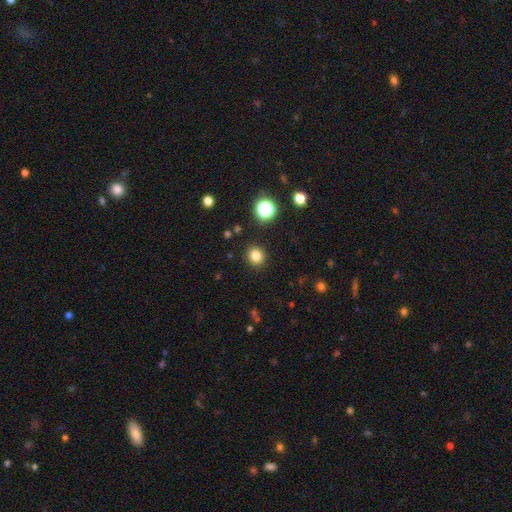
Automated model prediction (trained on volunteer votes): Morphology: type=smooth (80%); roundness=round (84%); merging=none (89%).